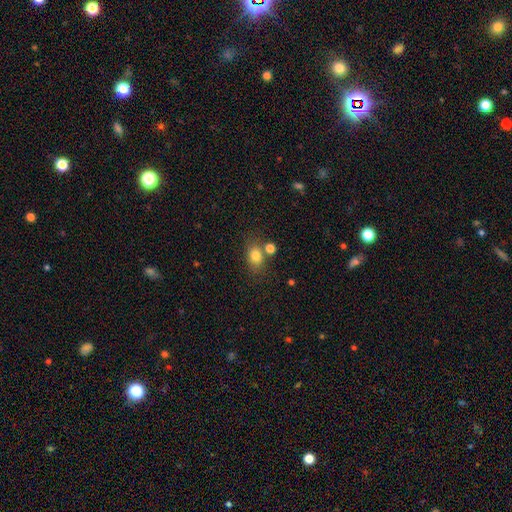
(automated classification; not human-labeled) This is likely a smooth galaxy (80%). How rounded: likely in between (65%). Merging: likely none (64%).